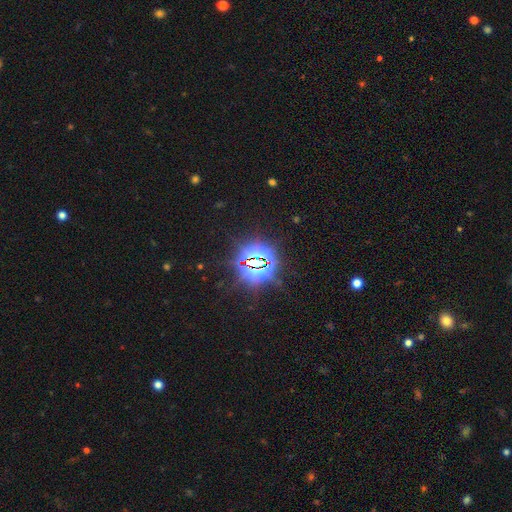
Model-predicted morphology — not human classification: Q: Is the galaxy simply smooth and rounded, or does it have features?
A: star or artifact — 84%.